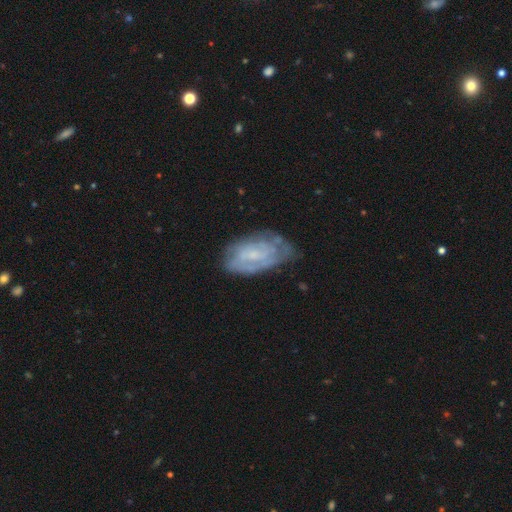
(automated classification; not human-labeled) A featured or disk galaxy (58%) with no bar (52%), spiral arms (71%) and a small central bulge (54%).

Vote fractions:
- Smooth or featured? featured or disk: 58% / smooth: 29% / star or artifact: 13%
- Edge-on disk? no: 93% / yes: 7%
- Bar? no: 52% / weak: 38% / strong: 10%
- Spiral arms? yes: 71% / no: 29%
- Bulge size? small: 54% / none: 22% / moderate: 20% / large: 2% / dominant: 1%
- Merging? none: 68% / minor disturbance: 22% / major disturbance: 8% / merger: 2%